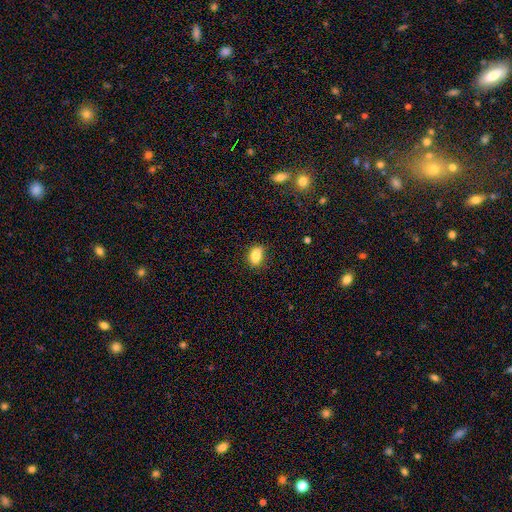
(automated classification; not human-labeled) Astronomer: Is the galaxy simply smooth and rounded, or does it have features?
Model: smooth — 84%.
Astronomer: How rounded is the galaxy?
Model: in between — 82%.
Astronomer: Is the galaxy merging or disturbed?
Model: none — 75%.